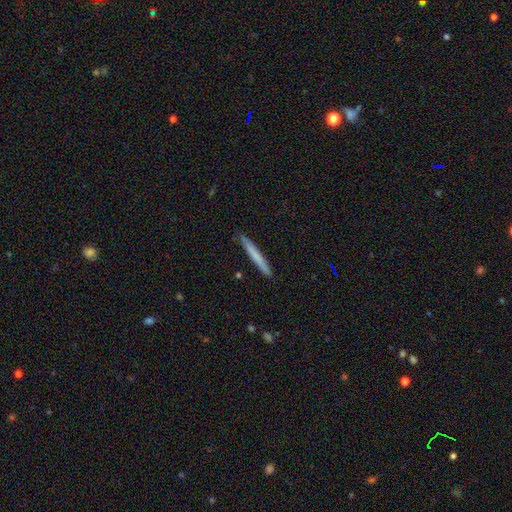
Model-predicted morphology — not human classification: A smooth galaxy with no disk features (67%) that is cigar-shaped (97%).

Vote fractions:
- Smooth or featured? smooth: 67% / featured or disk: 28% / star or artifact: 5%
- How rounded? cigar-shaped: 97% / in between: 2% / round: 1%
- Merging? none: 89% / minor disturbance: 8% / major disturbance: 1% / merger: 1%